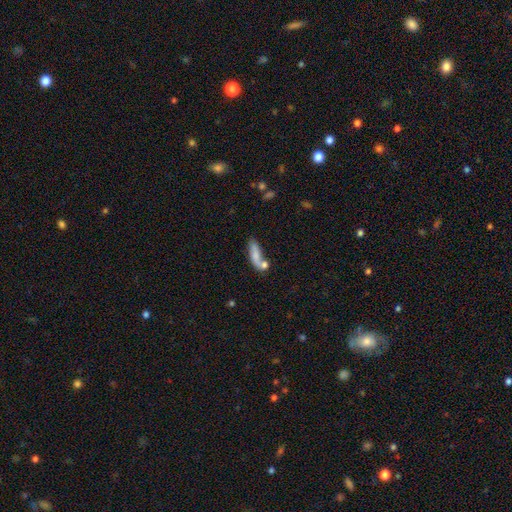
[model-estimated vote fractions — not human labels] Smooth or featured?
  - smooth: 70% *
  - featured or disk: 22%
  - star or artifact: 8%
How rounded?
  - cigar-shaped: 53% *
  - in between: 43%
  - round: 3%
Merging?
  - none: 39% *
  - merger: 33%
  - minor disturbance: 17%
  - major disturbance: 10%